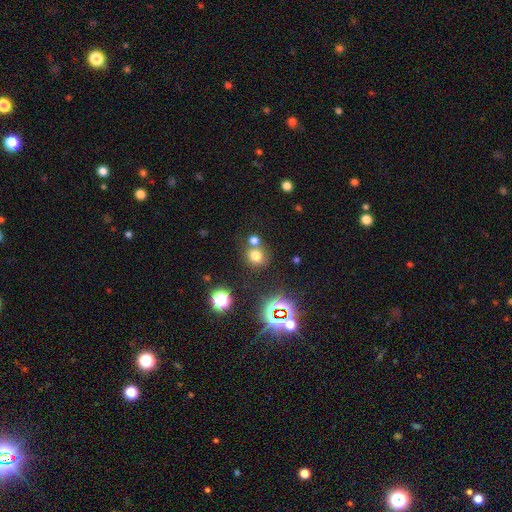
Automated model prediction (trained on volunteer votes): Q: Smooth or featured?
A: smooth (69%); runner-up: star or artifact (23%)
Q: How rounded?
A: round (77%); runner-up: in between (22%)
Q: Merging?
A: none (59%); runner-up: merger (28%)